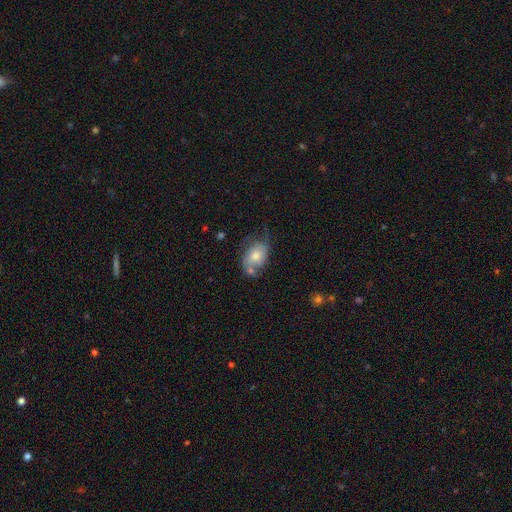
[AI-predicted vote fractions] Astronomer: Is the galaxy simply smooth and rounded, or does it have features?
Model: smooth — 58% (runner-up: featured or disk, 34%).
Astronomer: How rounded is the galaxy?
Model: in between — 77%.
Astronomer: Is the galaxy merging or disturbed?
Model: none — 38% (runner-up: minor disturbance, 29%).